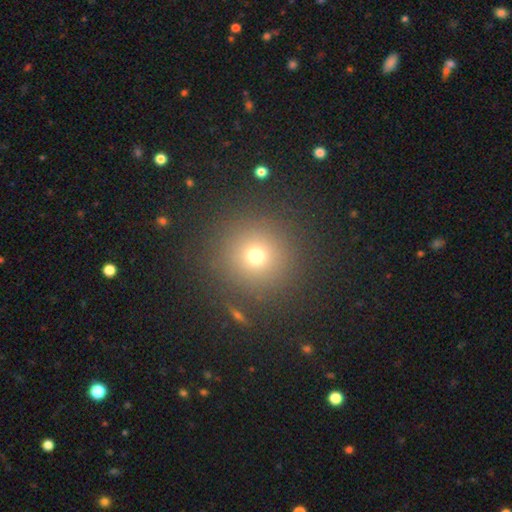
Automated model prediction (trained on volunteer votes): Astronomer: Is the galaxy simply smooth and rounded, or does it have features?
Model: smooth — 71%.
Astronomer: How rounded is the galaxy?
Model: round — 95%.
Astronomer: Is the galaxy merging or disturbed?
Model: none — 89%.